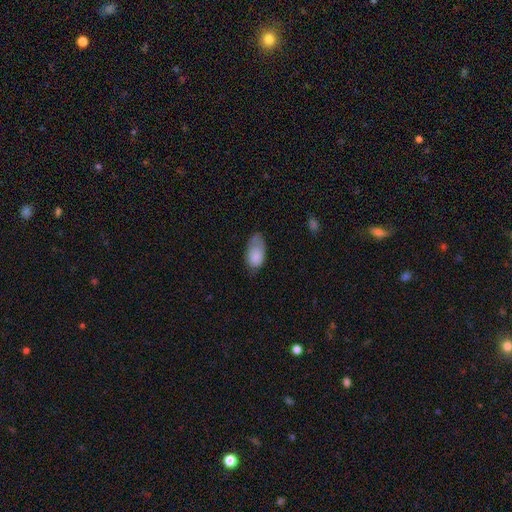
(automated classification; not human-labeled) smooth 81%, featured or disk 13%, star or artifact 7%. Down the decision tree: how rounded — in between (93%); merging — none (48%).